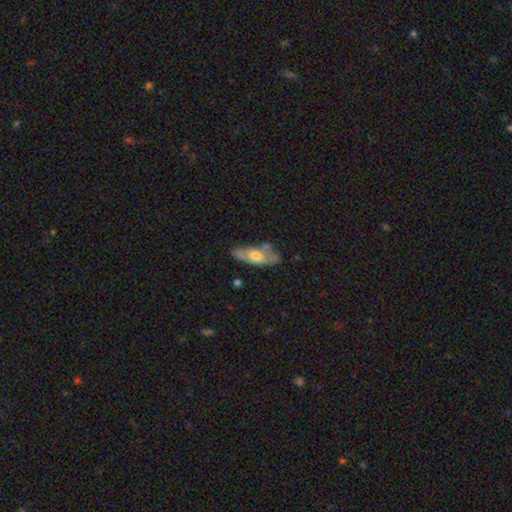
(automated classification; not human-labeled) Morphology: type=featured or disk (48%); merging=none (68%).